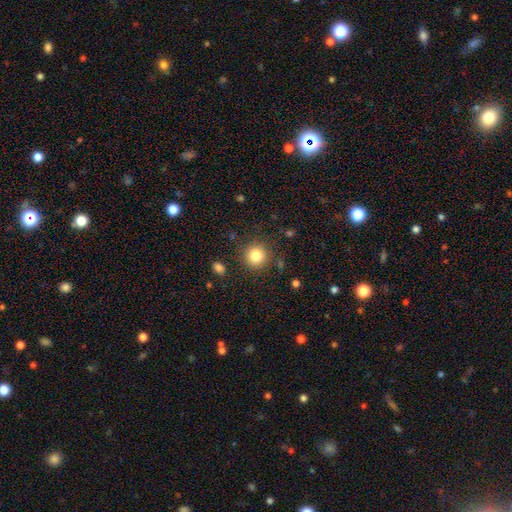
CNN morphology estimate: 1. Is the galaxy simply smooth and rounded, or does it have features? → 82% smooth, 11% star or artifact, 7% featured or disk.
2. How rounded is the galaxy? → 93% round, 6% in between, 1% cigar-shaped.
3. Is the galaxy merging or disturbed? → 87% none, 8% minor disturbance, 3% major disturbance, 2% merger.